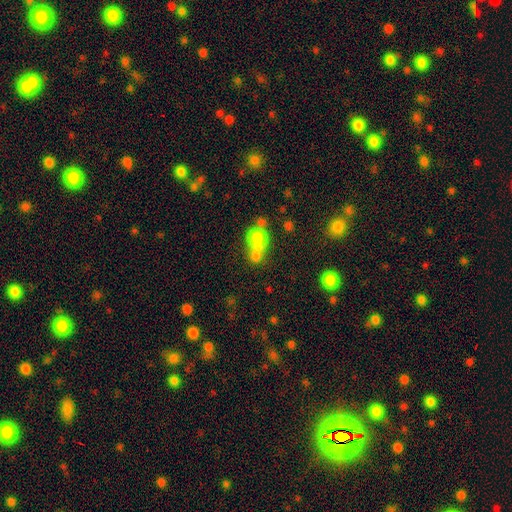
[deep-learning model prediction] smooth 72%, featured or disk 16%, star or artifact 13%. Down the decision tree: how rounded — round (70%); merging — merger (56%).